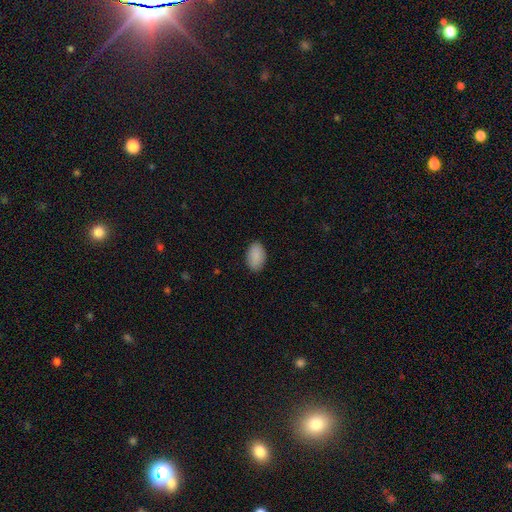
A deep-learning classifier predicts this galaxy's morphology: Smooth or featured?
  - smooth: 89% *
  - star or artifact: 7%
  - featured or disk: 4%
How rounded?
  - in between: 92% *
  - round: 7%
  - cigar-shaped: 1%
Merging?
  - none: 86% *
  - minor disturbance: 10%
  - major disturbance: 2%
  - merger: 1%